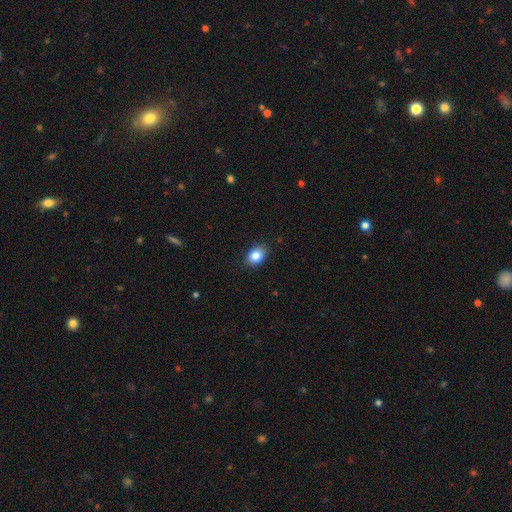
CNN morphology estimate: Smooth or featured: smooth — 86% (star or artifact — 9%)
How rounded: in between — 72% (round — 27%)
Merging: none — 86% (minor disturbance — 11%)